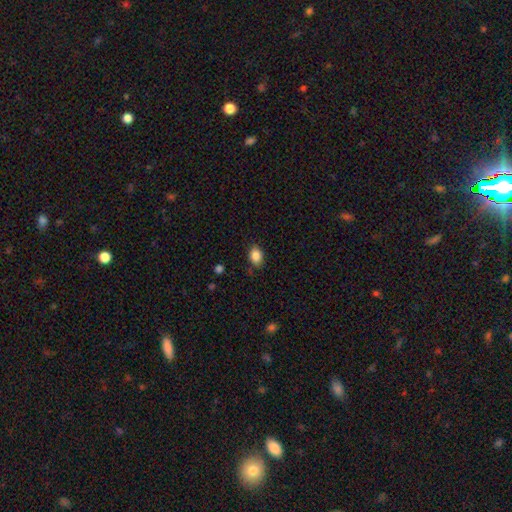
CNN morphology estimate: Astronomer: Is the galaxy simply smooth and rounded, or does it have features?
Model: smooth — 86%.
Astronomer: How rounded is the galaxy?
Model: in between — 68%.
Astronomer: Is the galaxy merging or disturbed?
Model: none — 82%.